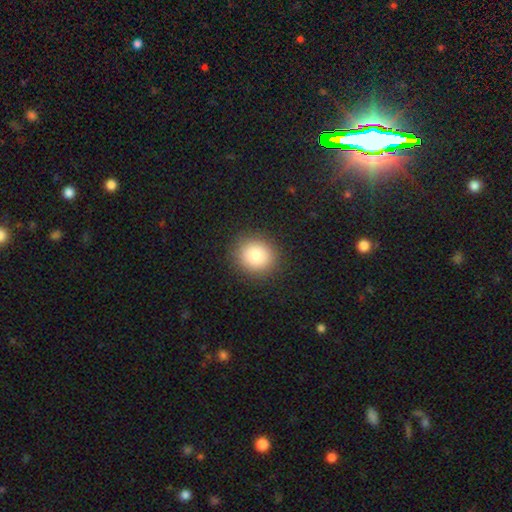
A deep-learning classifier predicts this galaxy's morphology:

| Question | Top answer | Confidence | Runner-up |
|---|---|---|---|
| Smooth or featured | smooth | 84% | star or artifact (10%) |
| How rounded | round | 85% | in between (14%) |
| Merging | none | 90% | minor disturbance (6%) |